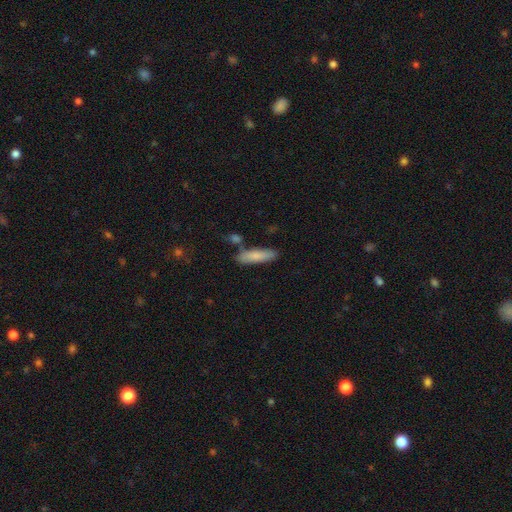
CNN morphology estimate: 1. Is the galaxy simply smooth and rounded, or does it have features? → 81% smooth, 13% featured or disk, 6% star or artifact.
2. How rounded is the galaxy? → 64% cigar-shaped, 34% in between, 2% round.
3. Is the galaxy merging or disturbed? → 76% none, 13% minor disturbance, 8% merger, 3% major disturbance.